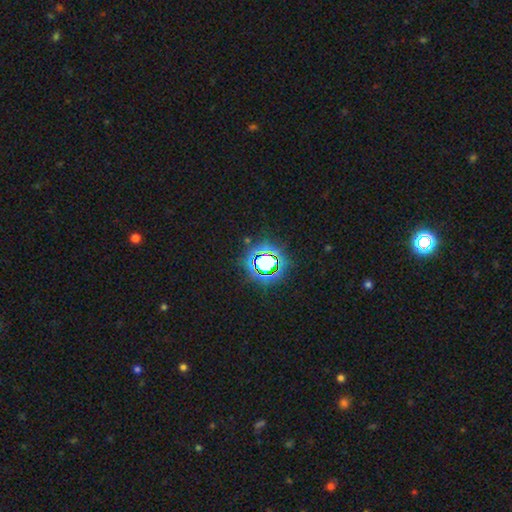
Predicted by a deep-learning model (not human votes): A star or artifact, not a galaxy (79%).

Vote fractions:
- Smooth or featured? star or artifact: 79% / smooth: 13% / featured or disk: 8%